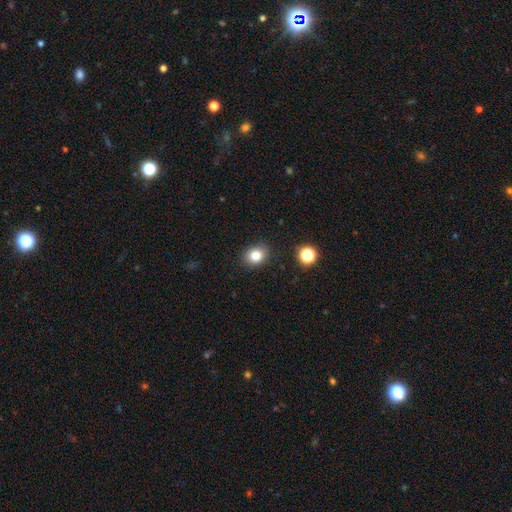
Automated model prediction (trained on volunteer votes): smooth_or_featured: smooth (p=0.81) [alt: star or artifact p=0.12]
how_rounded: round (p=0.56) [alt: in between p=0.43]
merging: none (p=0.87) [alt: minor disturbance p=0.09]